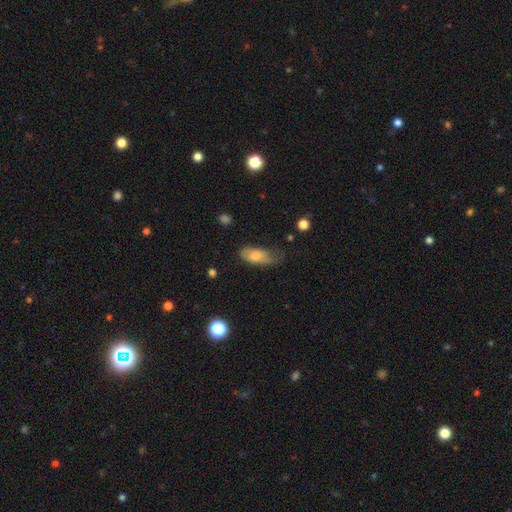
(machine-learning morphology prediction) This is likely a smooth galaxy (73%). How rounded: clearly in between (86%). Merging: marginally minor disturbance (38%).